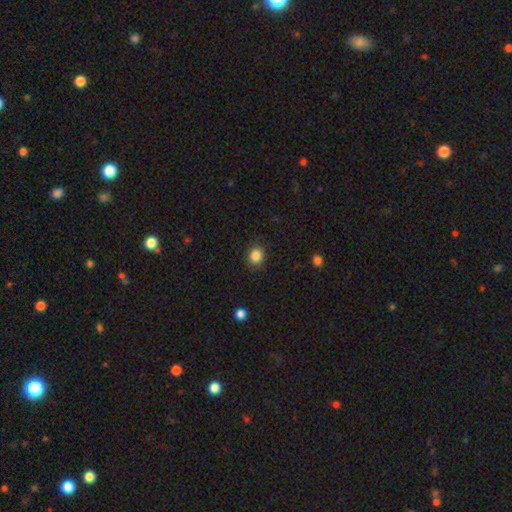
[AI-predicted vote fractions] Smooth or featured?
  - smooth: 87% *
  - star or artifact: 10%
  - featured or disk: 4%
How rounded?
  - round: 68% *
  - in between: 31%
  - cigar-shaped: 1%
Merging?
  - none: 88% *
  - minor disturbance: 8%
  - major disturbance: 3%
  - merger: 1%